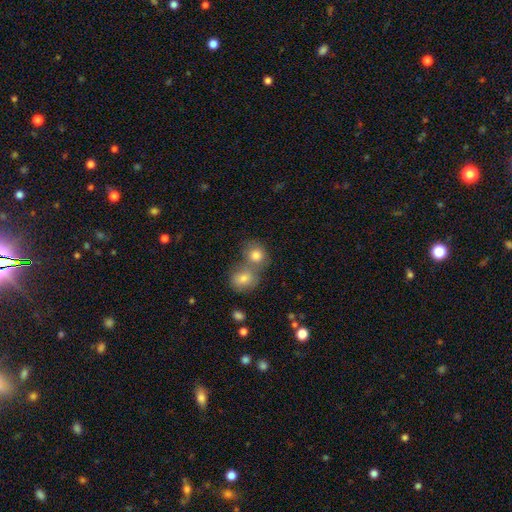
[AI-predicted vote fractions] The model was most divided on "merging": merger: 55%, none: 34%, minor disturbance: 8%, major disturbance: 3%. More confident: smooth or featured — smooth (81%); how rounded — round (77%).